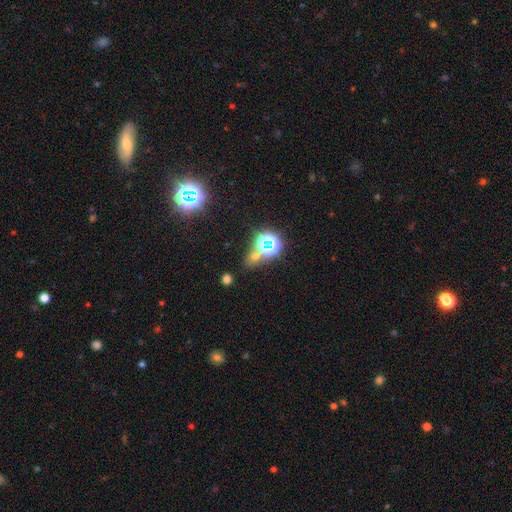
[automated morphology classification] This is possibly a star or artifact rather than a galaxy (54%).